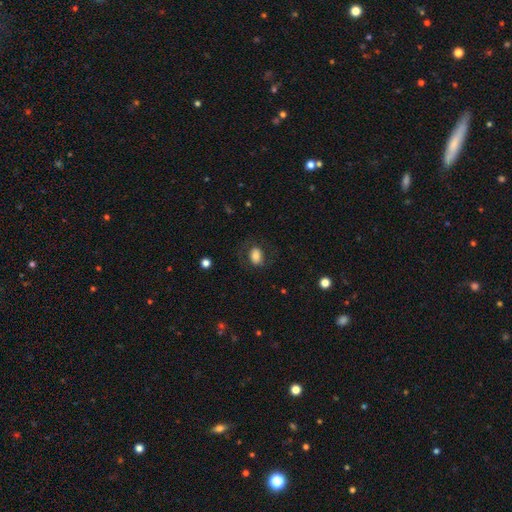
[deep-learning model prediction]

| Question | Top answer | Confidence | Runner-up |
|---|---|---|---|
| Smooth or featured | smooth | 75% | featured or disk (16%) |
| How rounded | in between | 68% | round (30%) |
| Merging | none | 69% | minor disturbance (16%) |